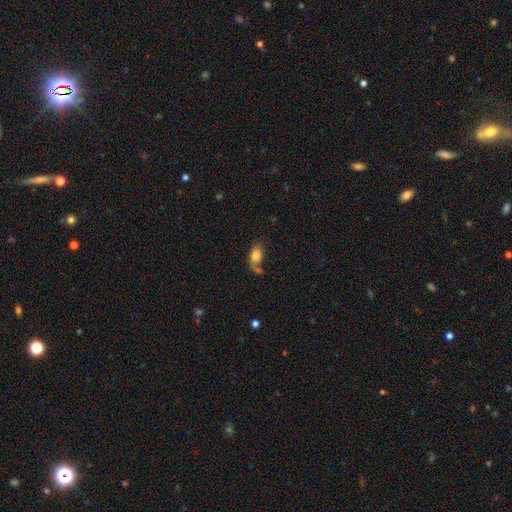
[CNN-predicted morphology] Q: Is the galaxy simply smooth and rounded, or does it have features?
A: smooth — 79%.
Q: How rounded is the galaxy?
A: in between — 81%.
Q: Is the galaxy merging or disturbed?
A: none — 43%.